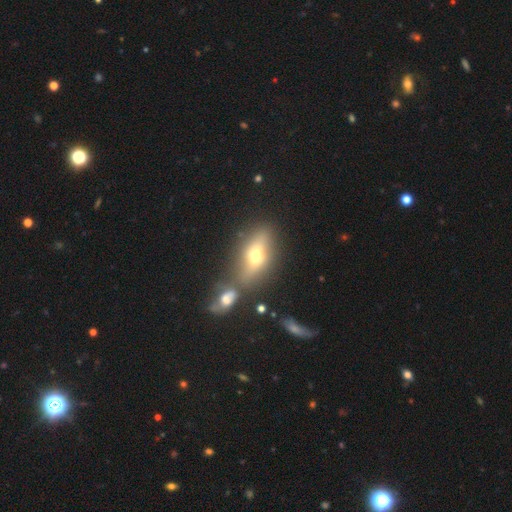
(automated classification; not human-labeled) Smooth or featured?
  - smooth: 54% *
  - featured or disk: 36%
  - star or artifact: 11%
How rounded?
  - in between: 73% *
  - cigar-shaped: 17%
  - round: 11%
Merging?
  - none: 61% *
  - merger: 21%
  - minor disturbance: 11%
  - major disturbance: 6%